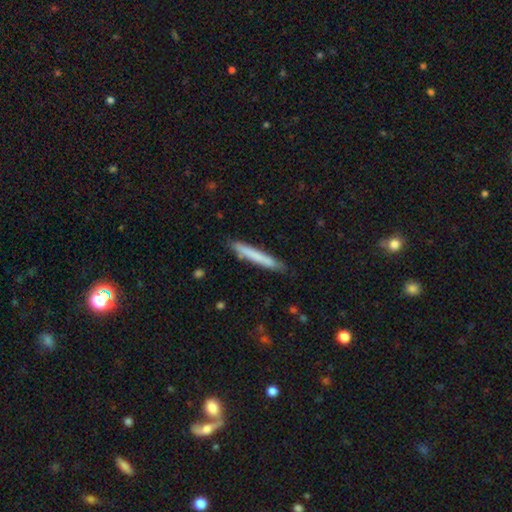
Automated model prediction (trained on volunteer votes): A smooth galaxy with no disk features (73%) that is cigar-shaped (96%). Merging: none (85%).